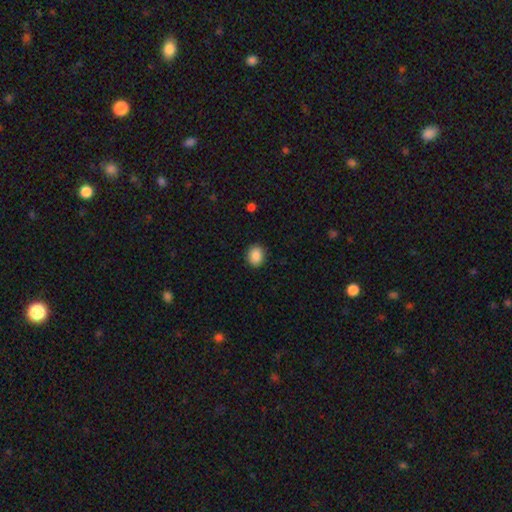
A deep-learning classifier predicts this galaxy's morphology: Q: Smooth or featured?
A: smooth (89%); runner-up: star or artifact (8%)
Q: How rounded?
A: round (55%); runner-up: in between (44%)
Q: Merging?
A: none (89%); runner-up: minor disturbance (8%)